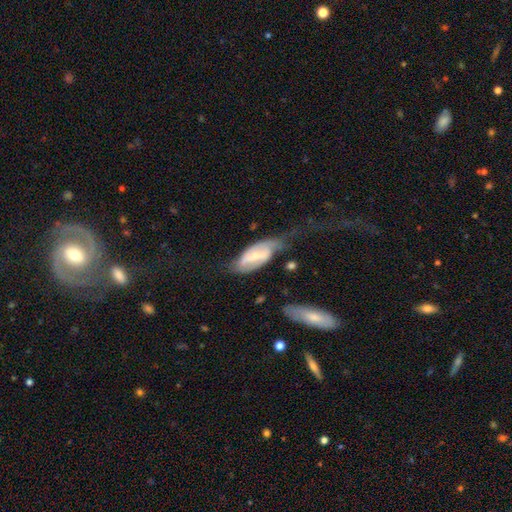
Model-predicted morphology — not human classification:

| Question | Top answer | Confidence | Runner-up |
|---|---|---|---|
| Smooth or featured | featured or disk | 67% | smooth (27%) |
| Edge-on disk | no | 89% | yes (11%) |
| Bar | strong | 46% | weak (38%) |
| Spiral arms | yes | 82% | no (18%) |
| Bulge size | small | 53% | moderate (36%) |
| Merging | none | 37% | minor disturbance (30%) |